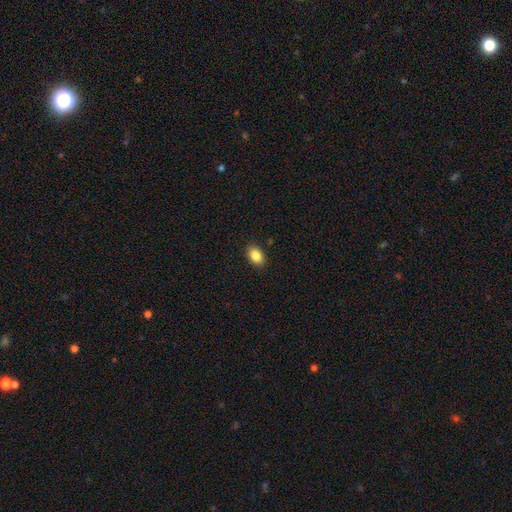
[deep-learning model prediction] smooth-or-featured: smooth: 87% | star or artifact: 8% | featured or disk: 5%
  how-rounded: in between: 88% | round: 11% | cigar-shaped: 1%
  merging: none: 89% | minor disturbance: 8% | major disturbance: 2% | merger: 1%